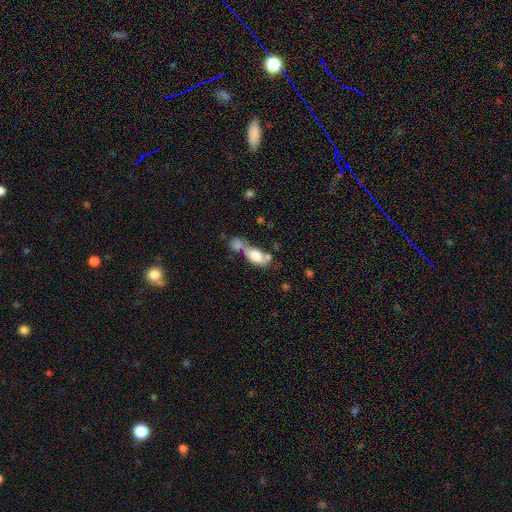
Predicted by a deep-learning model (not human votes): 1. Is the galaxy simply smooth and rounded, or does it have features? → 73% smooth, 19% featured or disk, 8% star or artifact.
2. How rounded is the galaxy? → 82% in between, 10% cigar-shaped, 8% round.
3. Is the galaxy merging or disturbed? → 53% merger, 25% none, 12% minor disturbance, 10% major disturbance.